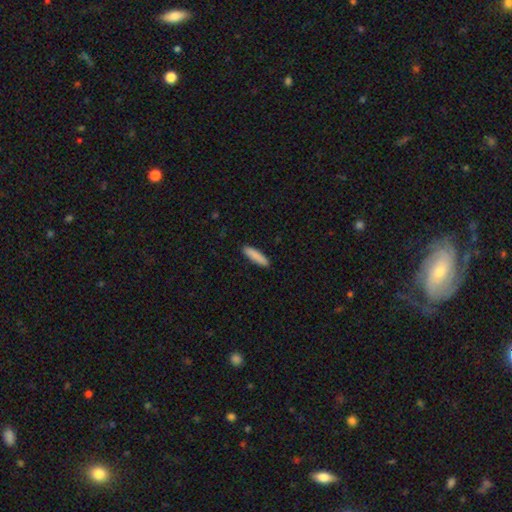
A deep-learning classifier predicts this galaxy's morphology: Overall: smooth (88%). How rounded: cigar-shaped (78%). Merging: none (90%).